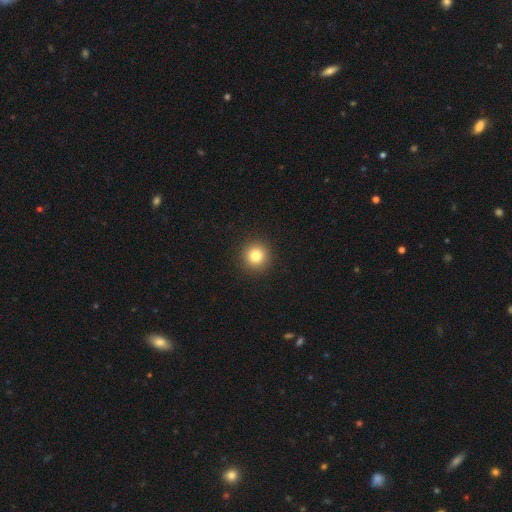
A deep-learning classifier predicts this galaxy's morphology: Smooth or featured: smooth — 82% (star or artifact — 12%)
How rounded: round — 95% (in between — 4%)
Merging: none — 92% (minor disturbance — 5%)